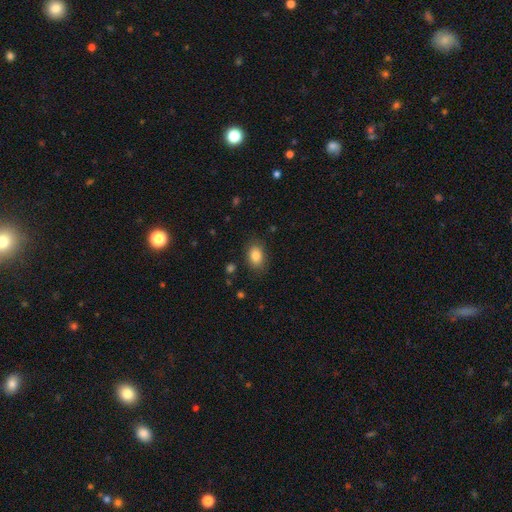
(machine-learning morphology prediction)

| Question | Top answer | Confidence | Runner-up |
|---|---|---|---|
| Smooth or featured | smooth | 85% | star or artifact (9%) |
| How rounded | in between | 82% | round (17%) |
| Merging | none | 83% | minor disturbance (12%) |